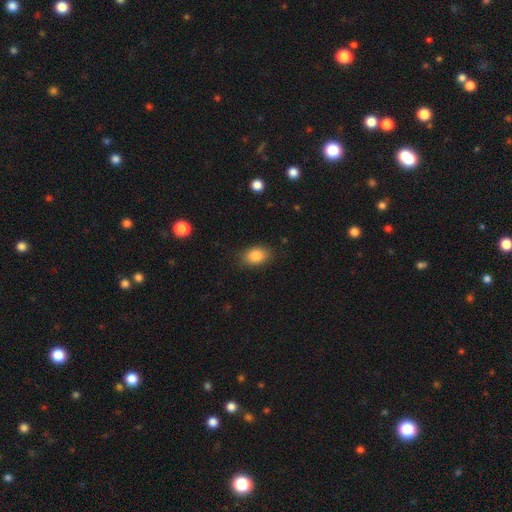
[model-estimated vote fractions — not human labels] Smooth or featured? smooth (85%)
How rounded? in between (82%)
Merging? none (83%)